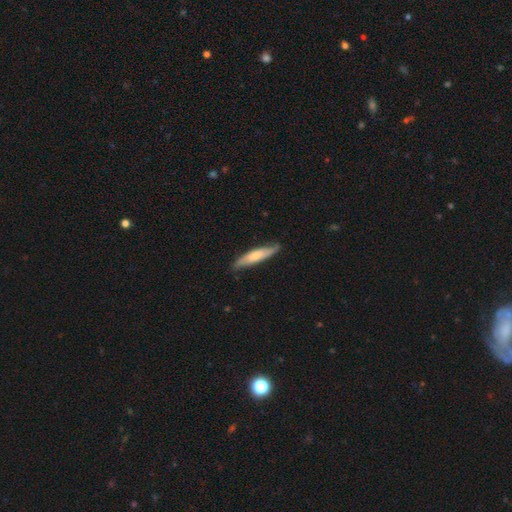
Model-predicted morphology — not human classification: This appears to be a smooth galaxy with no disk features (61%) that is cigar-shaped (85%). Merging: none (81%).